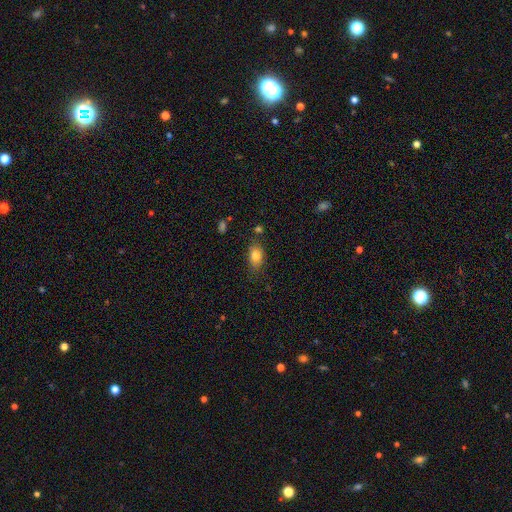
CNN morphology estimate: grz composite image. It shows a smooth galaxy with no disk features (82%) that is in between round and cigar-shaped (84%). Merging: none (77%).